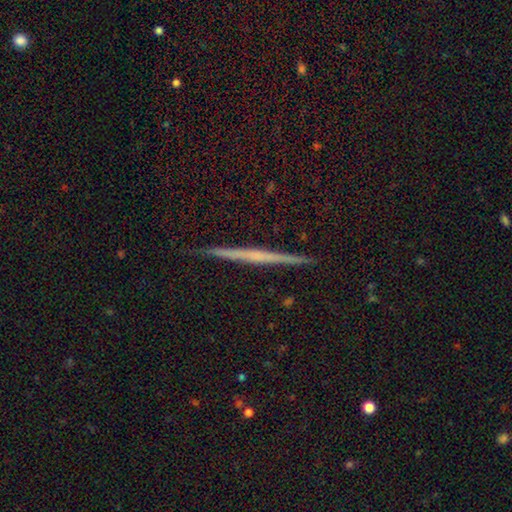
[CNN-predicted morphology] This appears to be a featured or disk galaxy (62%) viewed edge-on (98%) with no central bulge (71%). Merging: none (93%).